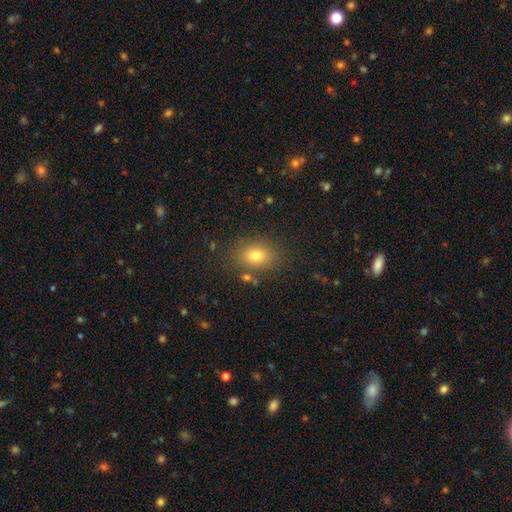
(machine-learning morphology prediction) type=smooth (77%); roundness=in between (60%); merging=none (80%).